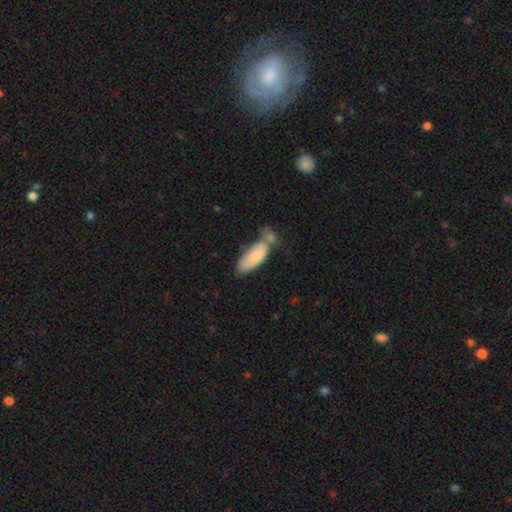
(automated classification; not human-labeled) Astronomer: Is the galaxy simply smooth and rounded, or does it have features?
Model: smooth — 76%.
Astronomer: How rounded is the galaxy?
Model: in between — 82%.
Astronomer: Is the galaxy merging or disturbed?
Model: merger — 38% (runner-up: none, 33%).